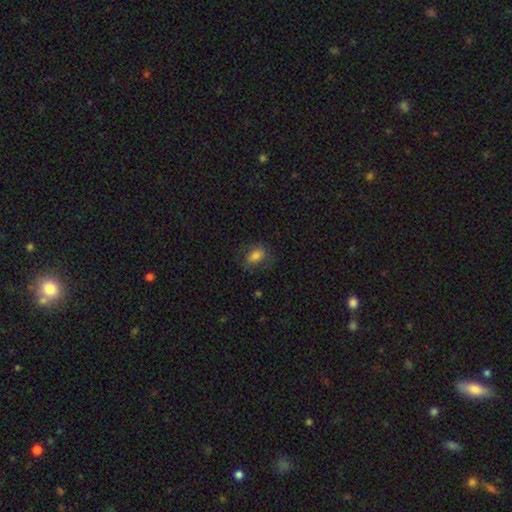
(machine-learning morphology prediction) This appears to be a smooth galaxy with no disk features (77%) that is in between round and cigar-shaped (79%). Merging: none (70%).